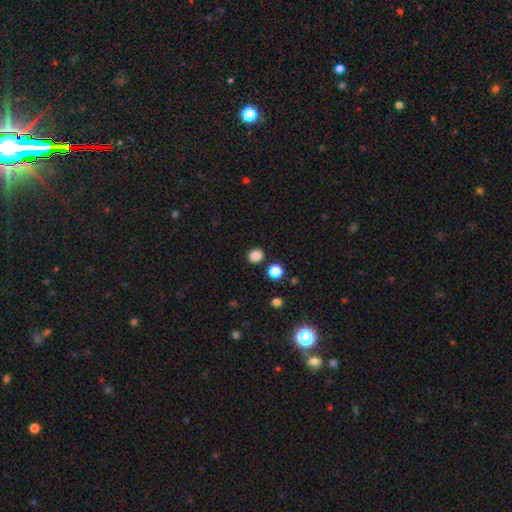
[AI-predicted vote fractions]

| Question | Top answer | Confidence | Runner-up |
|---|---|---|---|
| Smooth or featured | smooth | 85% | star or artifact (12%) |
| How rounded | round | 75% | in between (24%) |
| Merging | none | 88% | minor disturbance (7%) |